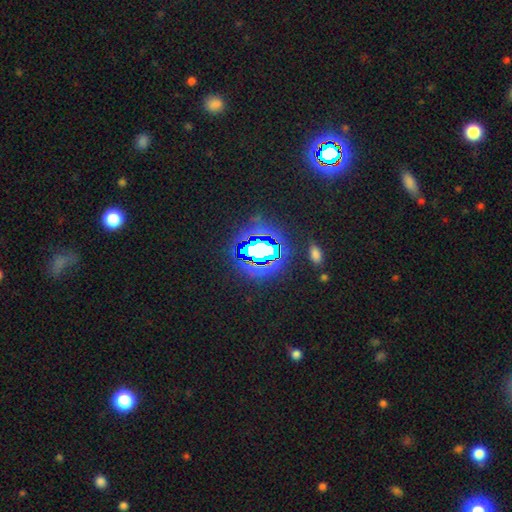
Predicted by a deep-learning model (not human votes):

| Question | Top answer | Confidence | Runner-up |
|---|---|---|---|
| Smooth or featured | star or artifact | 80% | smooth (13%) |